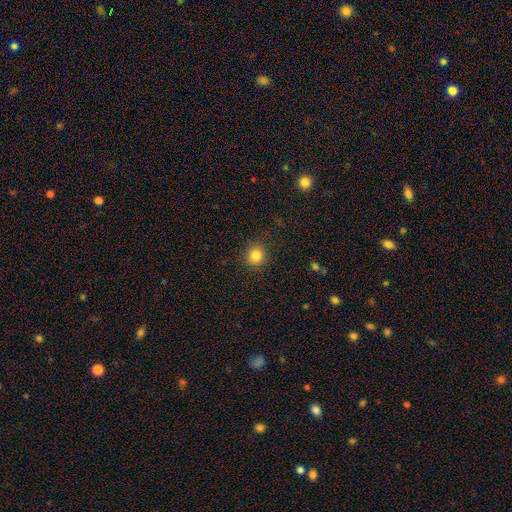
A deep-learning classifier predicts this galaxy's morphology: type=smooth (83%); roundness=round (89%); merging=none (89%).